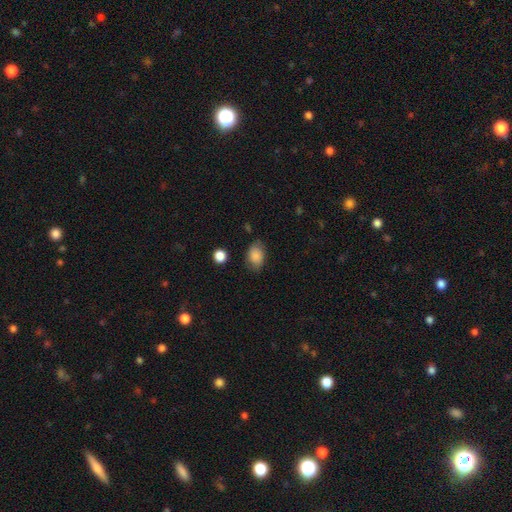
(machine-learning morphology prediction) smooth_or_featured: smooth (p=0.86) [alt: star or artifact p=0.08]
how_rounded: in between (p=0.79) [alt: round p=0.20]
merging: none (p=0.74) [alt: minor disturbance p=0.19]